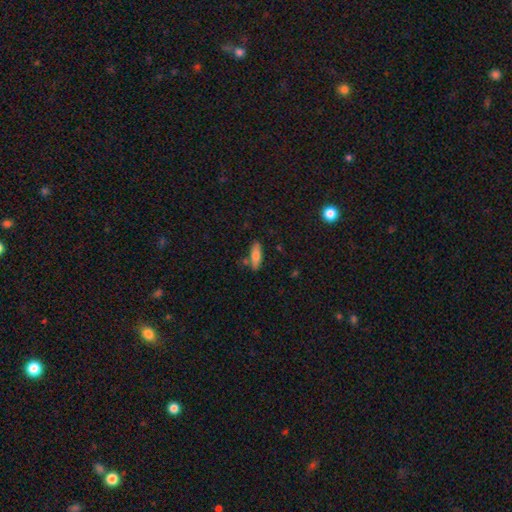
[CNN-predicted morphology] This appears to be a smooth galaxy with no disk features (75%) that is in between round and cigar-shaped (56%). Merging: none (75%).